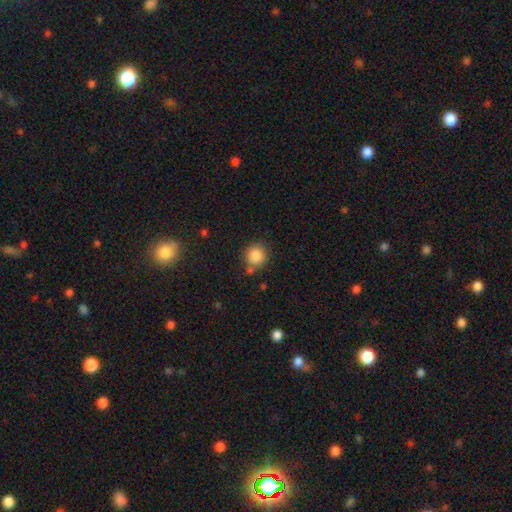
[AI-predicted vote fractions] This is clearly a smooth galaxy (86%). How rounded: clearly round (90%). Merging: likely none (75%).